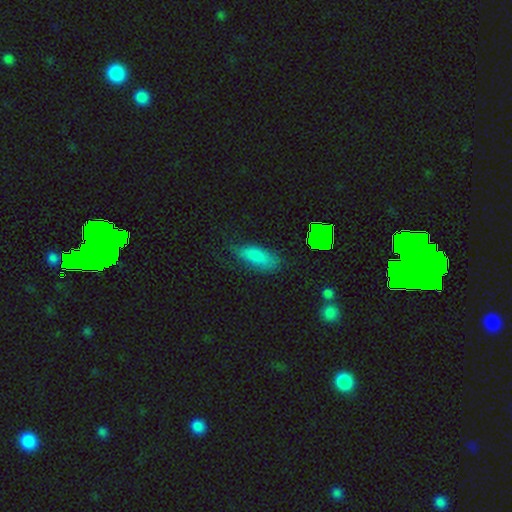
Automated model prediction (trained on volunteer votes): A smooth galaxy with no disk features (77%) that is in between round and cigar-shaped (70%).

Vote fractions:
- Smooth or featured? smooth: 77% / star or artifact: 12% / featured or disk: 11%
- How rounded? in between: 70% / cigar-shaped: 26% / round: 3%
- Merging? none: 64% / minor disturbance: 26% / major disturbance: 7% / merger: 2%